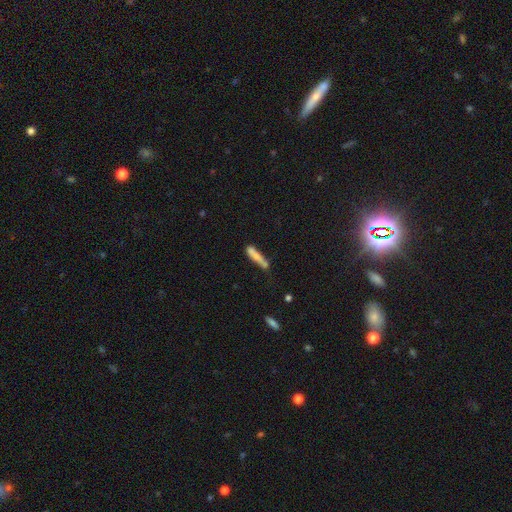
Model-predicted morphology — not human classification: smooth-or-featured: smooth: 67% | featured or disk: 24% | star or artifact: 8%
  how-rounded: cigar-shaped: 86% | in between: 12% | round: 2%
  merging: none: 43% | minor disturbance: 26% | merger: 18% | major disturbance: 13%